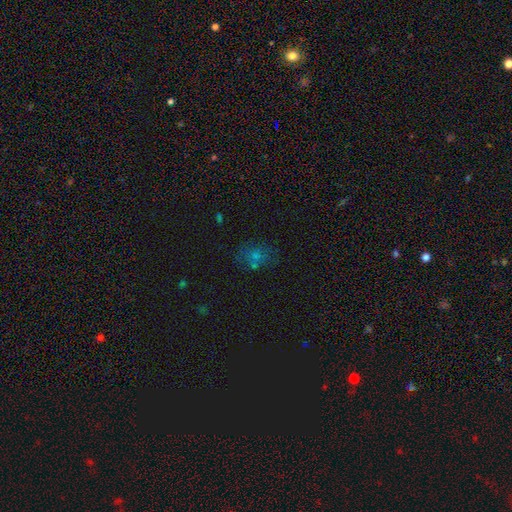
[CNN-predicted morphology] A smooth galaxy with no disk features (49%).

Vote fractions:
- Smooth or featured? smooth: 49% / star or artifact: 35% / featured or disk: 17%
- Merging? none: 65% / minor disturbance: 16% / merger: 11% / major disturbance: 9%